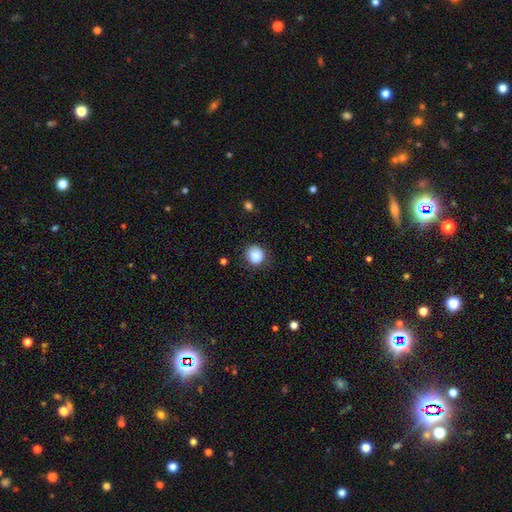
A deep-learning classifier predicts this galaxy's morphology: Q: Smooth or featured?
A: smooth (87%); runner-up: star or artifact (9%)
Q: How rounded?
A: round (82%); runner-up: in between (17%)
Q: Merging?
A: none (79%); runner-up: minor disturbance (16%)